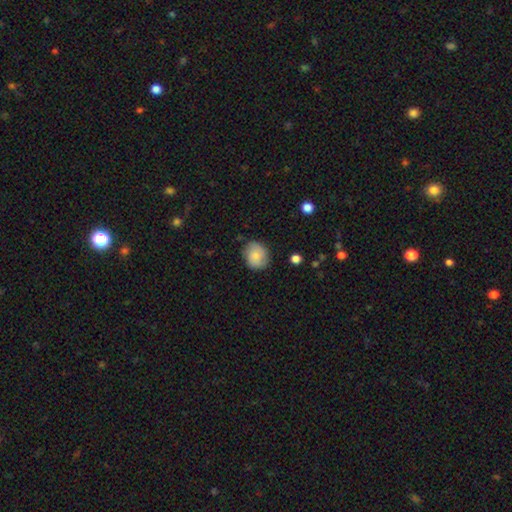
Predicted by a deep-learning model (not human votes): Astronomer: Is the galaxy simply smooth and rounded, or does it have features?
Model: smooth — 78%.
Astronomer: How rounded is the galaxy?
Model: round — 68%.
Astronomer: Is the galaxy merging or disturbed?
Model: none — 79%.